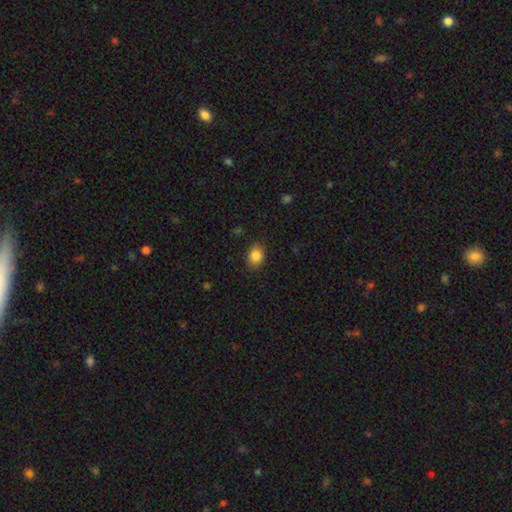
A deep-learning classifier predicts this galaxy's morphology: Smooth or featured? smooth (86%)
How rounded? in between (64%)
Merging? none (86%)